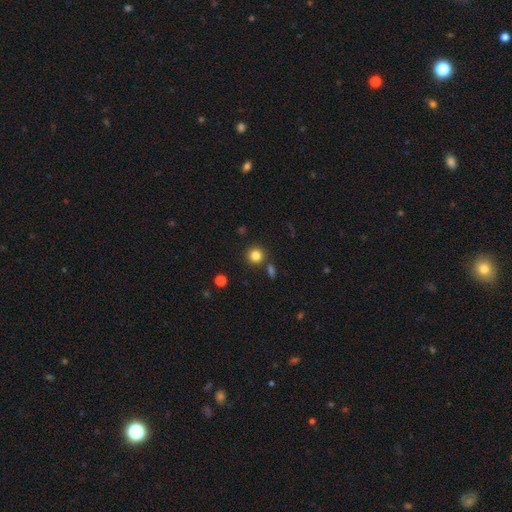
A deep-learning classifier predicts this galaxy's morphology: This is clearly a smooth galaxy (83%). How rounded: clearly round (93%). Merging: clearly none (85%).